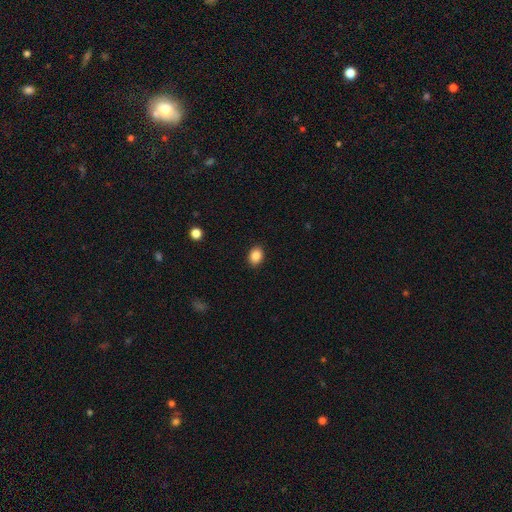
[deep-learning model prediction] A smooth galaxy with no disk features (87%) that is in between round and cigar-shaped (60%). Merging: none (89%).